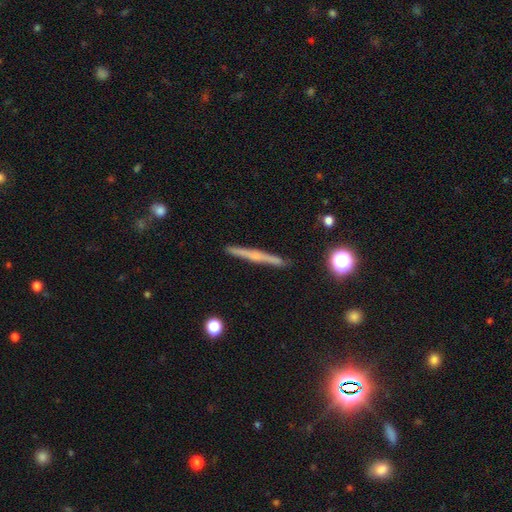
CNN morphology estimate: This is possibly a featured or disk galaxy (51%). It is clearly viewed edge-on (97%). Merging: clearly none (90%).